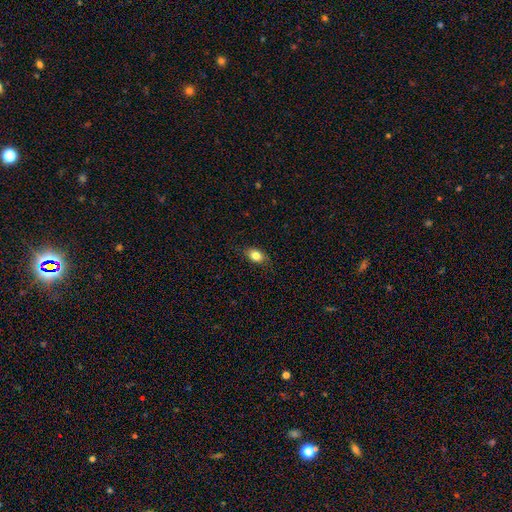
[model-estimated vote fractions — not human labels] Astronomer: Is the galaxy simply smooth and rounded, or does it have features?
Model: smooth — 82%.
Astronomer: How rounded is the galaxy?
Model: in between — 77%.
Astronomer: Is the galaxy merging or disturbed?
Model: none — 81%.